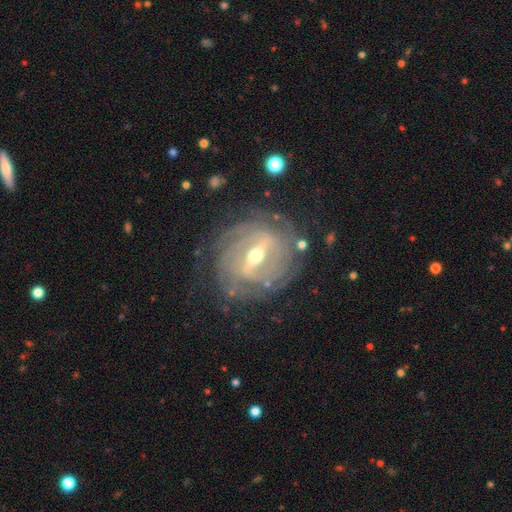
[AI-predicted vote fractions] A featured or disk galaxy (89%) with a strong bar (63%), tight (77%) spiral arms (93%) and a moderate central bulge (64%). Merging: none (78%).